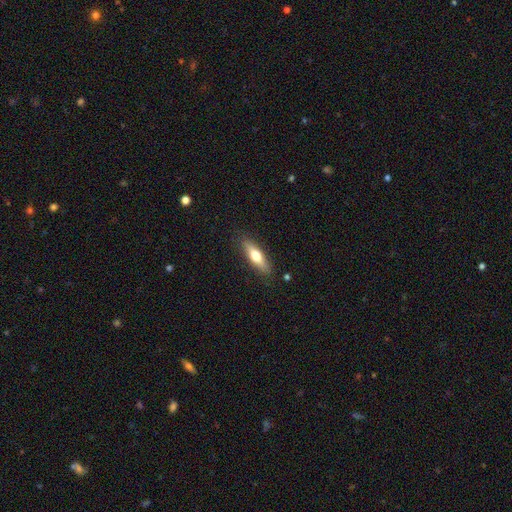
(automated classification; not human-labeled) This appears to be a smooth galaxy with no disk features (60%) that is cigar-shaped (61%). Merging: none (86%).